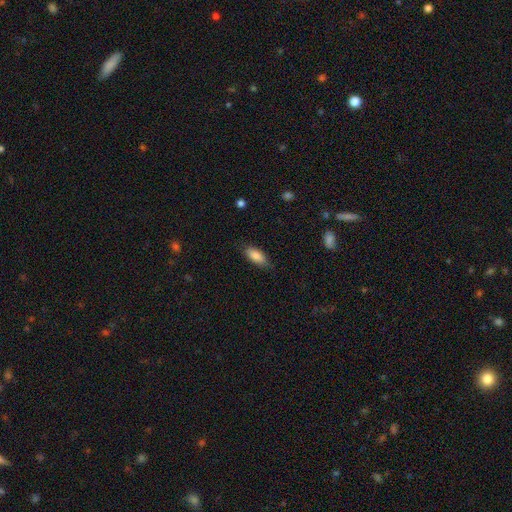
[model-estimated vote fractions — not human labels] smooth-or-featured: smooth: 84% | featured or disk: 9% | star or artifact: 7%
  how-rounded: in between: 82% | cigar-shaped: 16% | round: 2%
  merging: none: 78% | minor disturbance: 17% | major disturbance: 3% | merger: 1%